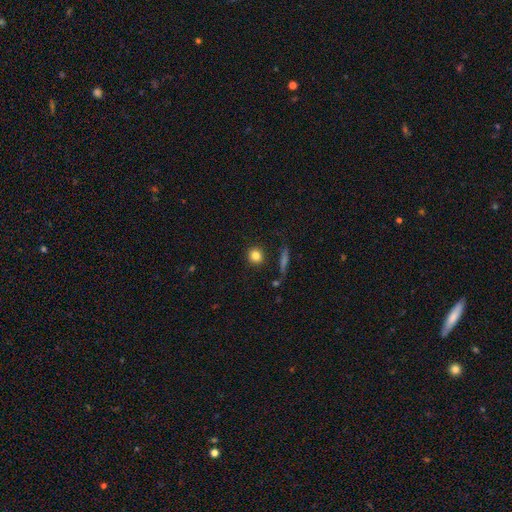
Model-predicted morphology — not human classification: Smooth or featured? Predicted: smooth (p=0.83). How rounded? Predicted: round (p=0.89). Merging? Predicted: none (p=0.88).